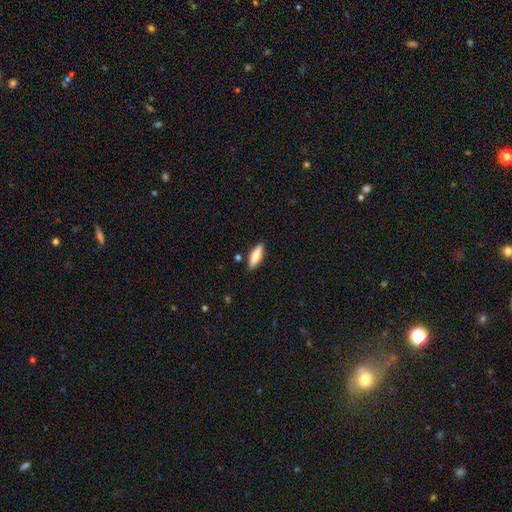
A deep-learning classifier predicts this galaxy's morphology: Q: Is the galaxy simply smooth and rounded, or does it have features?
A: smooth — 79%.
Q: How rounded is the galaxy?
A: in between — 56%.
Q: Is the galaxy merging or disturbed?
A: none — 85%.